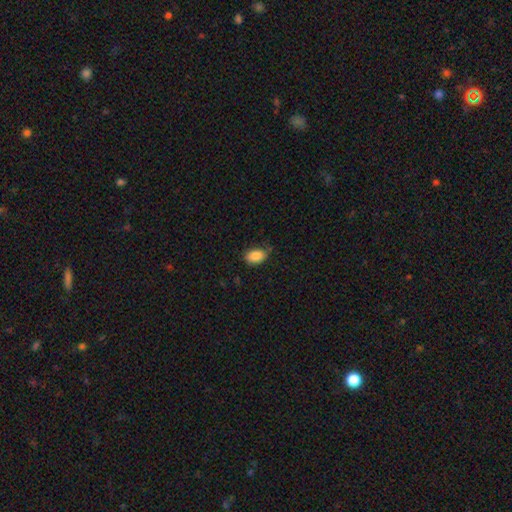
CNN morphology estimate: Overall: smooth (87%). How rounded: in between (89%). Merging: none (74%).